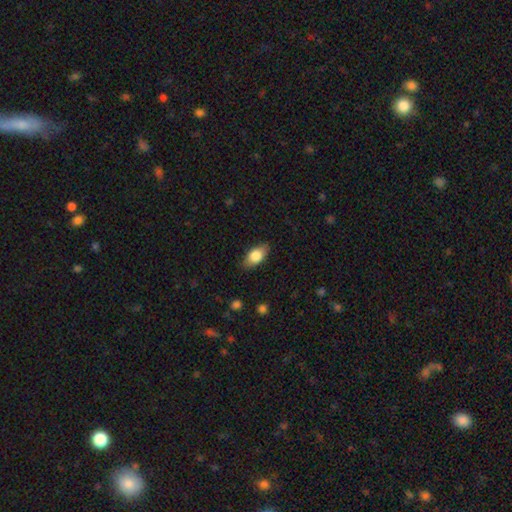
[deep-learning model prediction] Q: Smooth or featured?
A: smooth (79%); runner-up: featured or disk (14%)
Q: How rounded?
A: in between (89%); runner-up: cigar-shaped (6%)
Q: Merging?
A: none (85%); runner-up: minor disturbance (12%)